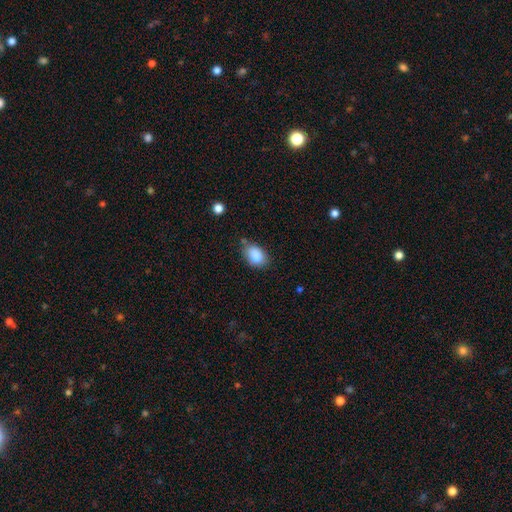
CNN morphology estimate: type=smooth (87%); roundness=in between (84%); merging=none (64%).